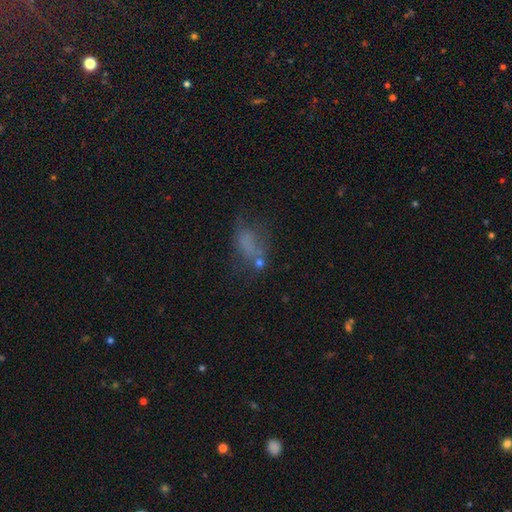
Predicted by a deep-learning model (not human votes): Smooth or featured: smooth — 52% (featured or disk — 28%)
How rounded: in between — 80% (round — 14%)
Merging: none — 40% (major disturbance — 29%)